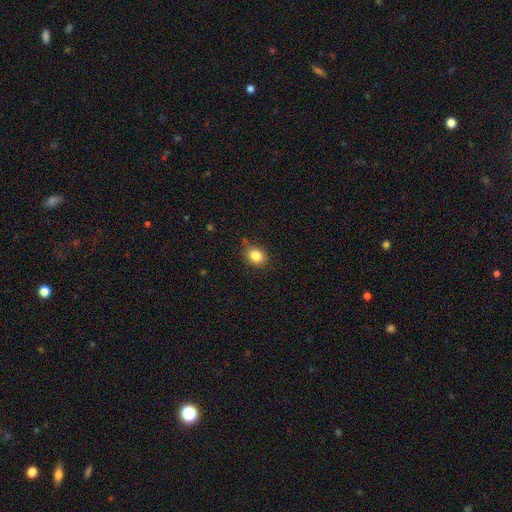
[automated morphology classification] Smooth or featured?
  - smooth: 84% *
  - star or artifact: 11%
  - featured or disk: 6%
How rounded?
  - round: 61% *
  - in between: 38%
  - cigar-shaped: 1%
Merging?
  - none: 80% *
  - minor disturbance: 15%
  - major disturbance: 3%
  - merger: 2%